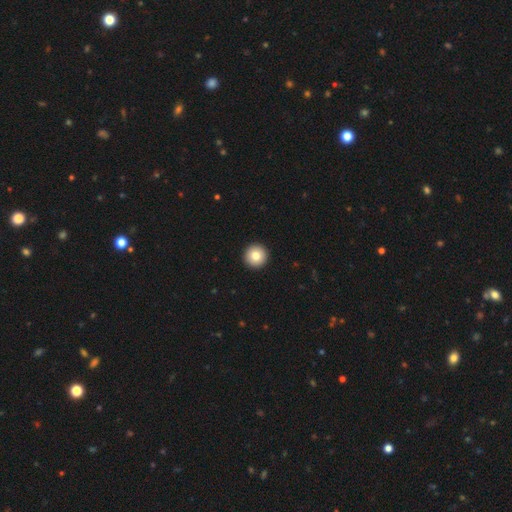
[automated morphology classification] smooth 82%, featured or disk 9%, star or artifact 9%. Down the decision tree: how rounded — round (97%); merging — none (94%).